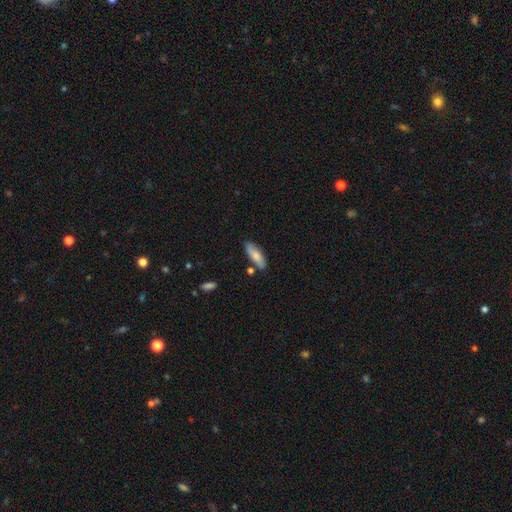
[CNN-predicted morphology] A smooth galaxy with no disk features (77%) that is in between round and cigar-shaped (65%). Merging: none (78%).